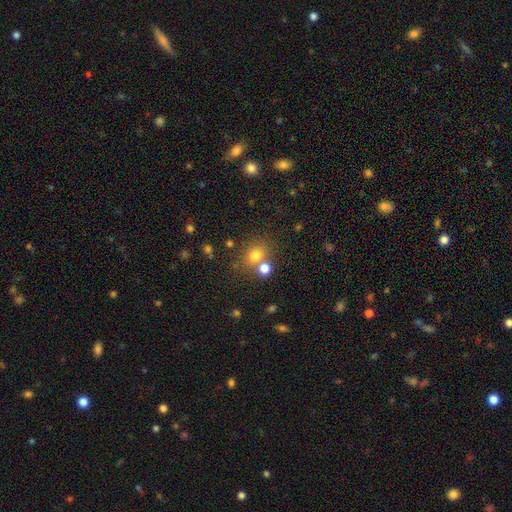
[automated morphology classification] Smooth or featured?
  - smooth: 75% *
  - star or artifact: 16%
  - featured or disk: 10%
How rounded?
  - round: 64% *
  - in between: 35%
  - cigar-shaped: 1%
Merging?
  - none: 61% *
  - merger: 25%
  - minor disturbance: 10%
  - major disturbance: 4%